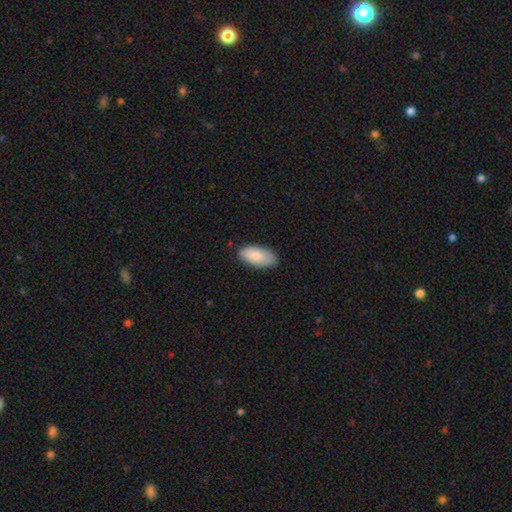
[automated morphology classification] Smooth or featured?
  - smooth: 86% *
  - featured or disk: 8%
  - star or artifact: 6%
How rounded?
  - in between: 93% *
  - cigar-shaped: 6%
  - round: 2%
Merging?
  - none: 82% *
  - minor disturbance: 14%
  - major disturbance: 2%
  - merger: 1%